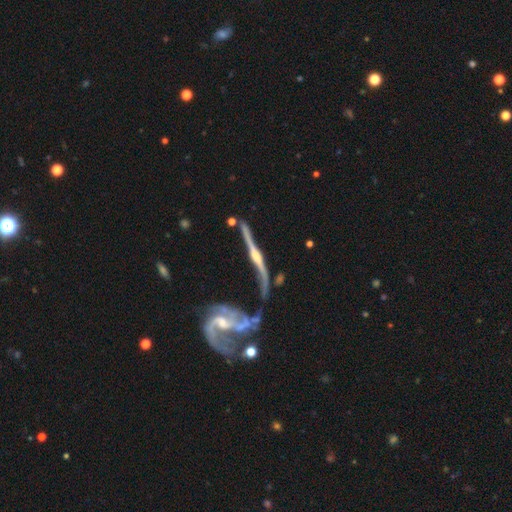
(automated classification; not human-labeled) Smooth or featured: featured or disk — 88% (smooth — 7%)
Edge-on disk: yes — 88% (no — 12%)
Edge-on bulge: rounded — 81% (boxy — 10%)
Merging: none — 53% (minor disturbance — 20%)